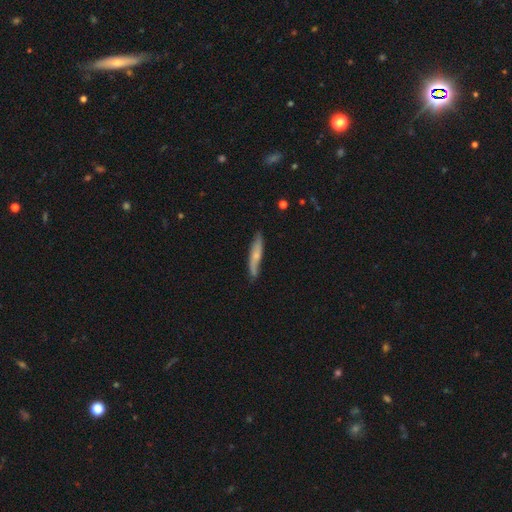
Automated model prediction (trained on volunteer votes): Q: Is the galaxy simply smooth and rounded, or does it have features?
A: smooth — 54%.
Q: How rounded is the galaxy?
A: cigar-shaped — 88%.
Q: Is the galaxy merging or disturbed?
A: none — 77%.